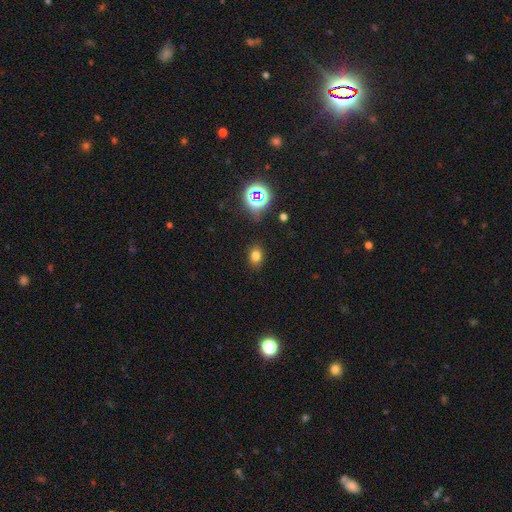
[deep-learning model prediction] smooth 75%, star or artifact 18%, featured or disk 7%. Down the decision tree: how rounded — in between (62%); merging — none (85%).